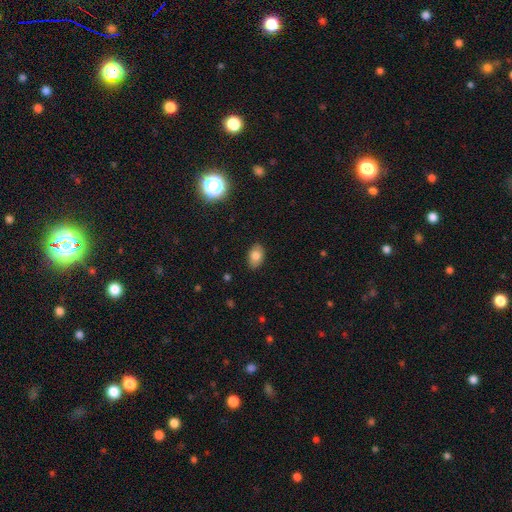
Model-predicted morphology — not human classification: The model was most divided on "smooth or featured": smooth: 80%, featured or disk: 11%, star or artifact: 9%. More confident: merging — none (86%); how rounded — in between (86%).